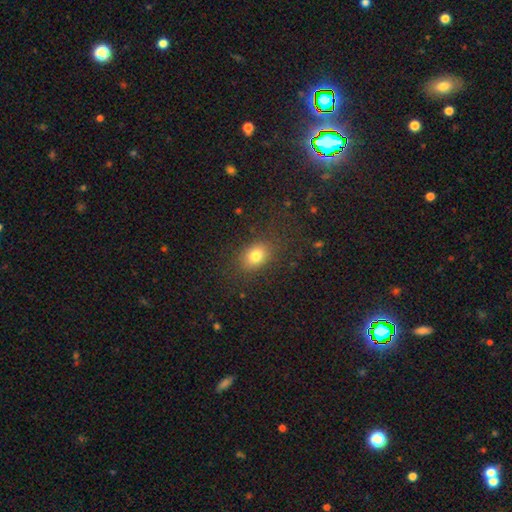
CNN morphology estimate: smooth-or-featured: smooth: 79% | star or artifact: 13% | featured or disk: 9%
  how-rounded: in between: 66% | round: 33% | cigar-shaped: 2%
  merging: none: 81% | minor disturbance: 11% | major disturbance: 6% | merger: 1%